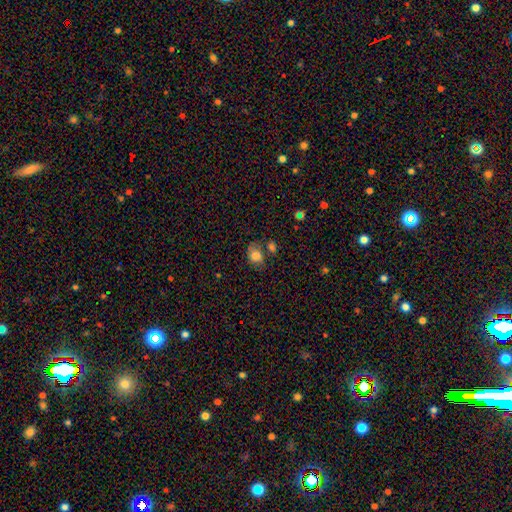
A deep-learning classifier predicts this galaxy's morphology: Smooth or featured? smooth (77%)
How rounded? in between (56%)
Merging? none (45%)